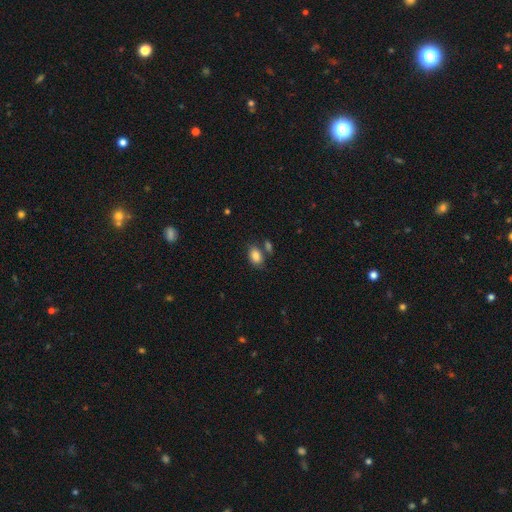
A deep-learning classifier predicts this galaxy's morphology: A smooth galaxy with no disk features (82%) that is in between round and cigar-shaped (83%).

Vote fractions:
- Smooth or featured? smooth: 82% / featured or disk: 9% / star or artifact: 9%
- How rounded? in between: 83% / round: 15% / cigar-shaped: 1%
- Merging? none: 58% / minor disturbance: 18% / merger: 17% / major disturbance: 6%